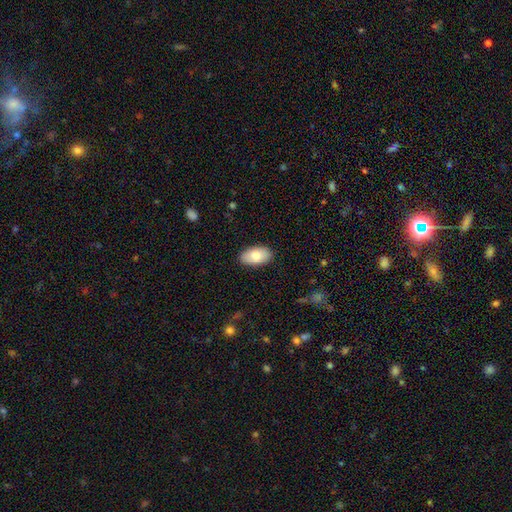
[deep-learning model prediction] smooth 76%, featured or disk 18%, star or artifact 6%. Down the decision tree: how rounded — in between (94%); merging — none (88%).